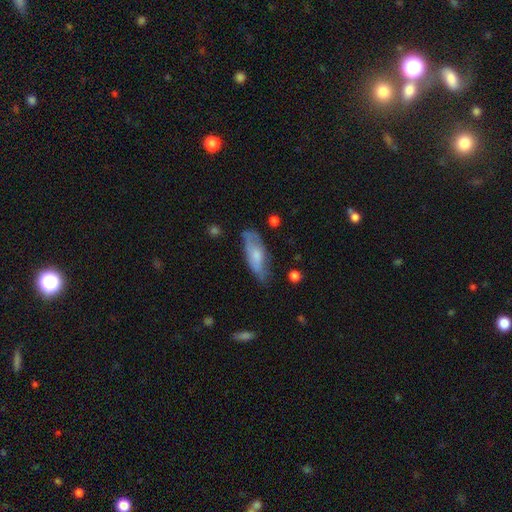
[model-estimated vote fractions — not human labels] Morphology: type=smooth (60%); roundness=in between (61%); merging=none (59%).